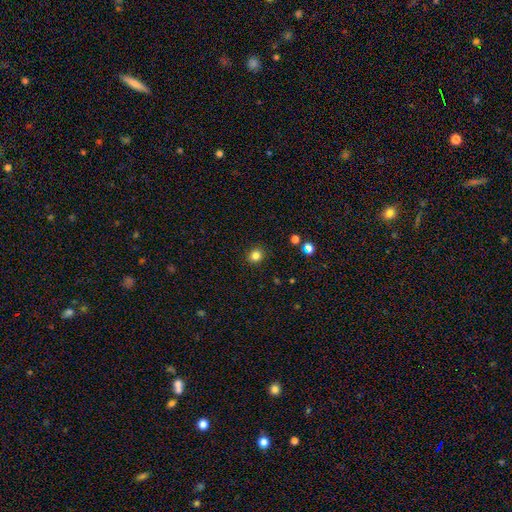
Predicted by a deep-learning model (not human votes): Smooth or featured? smooth (83%)
How rounded? round (82%)
Merging? none (91%)